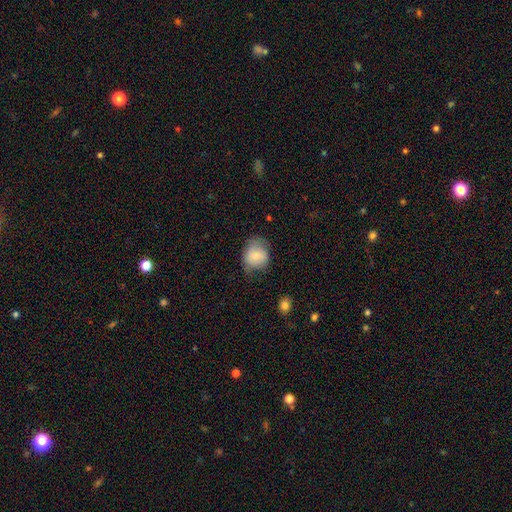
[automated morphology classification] Overall: smooth (74%). How rounded: round (64%; in between 35%). Merging: none (57%; minor disturbance 30%).